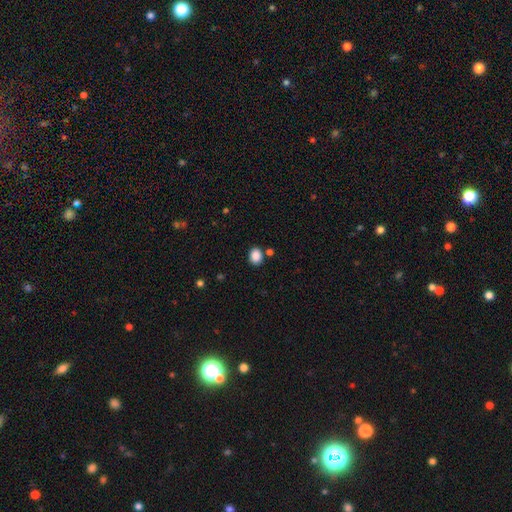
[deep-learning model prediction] A smooth galaxy with no disk features (87%) that is in between round and cigar-shaped (56%).

Vote fractions:
- Smooth or featured? smooth: 87% / star or artifact: 9% / featured or disk: 4%
- How rounded? in between: 56% / round: 43% / cigar-shaped: 1%
- Merging? none: 80% / minor disturbance: 10% / merger: 7% / major disturbance: 3%